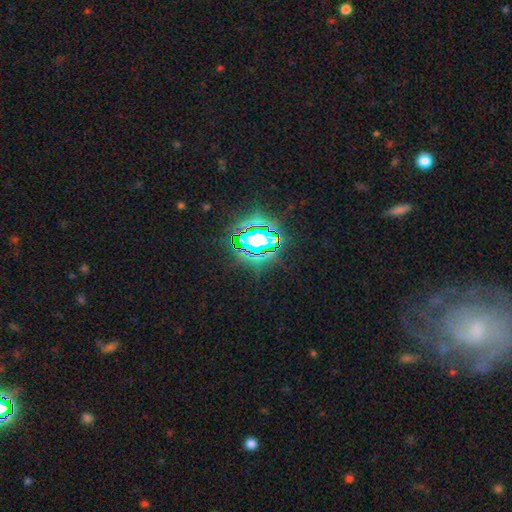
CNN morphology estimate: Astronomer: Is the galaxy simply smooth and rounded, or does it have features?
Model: star or artifact — 61%.